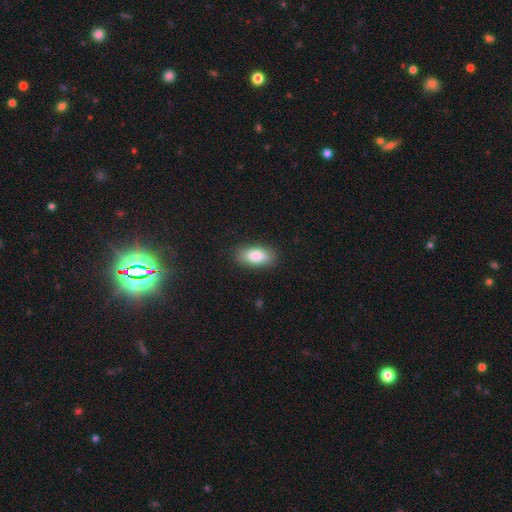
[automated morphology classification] This is clearly a smooth galaxy (84%). How rounded: clearly in between (89%). Merging: clearly none (86%).